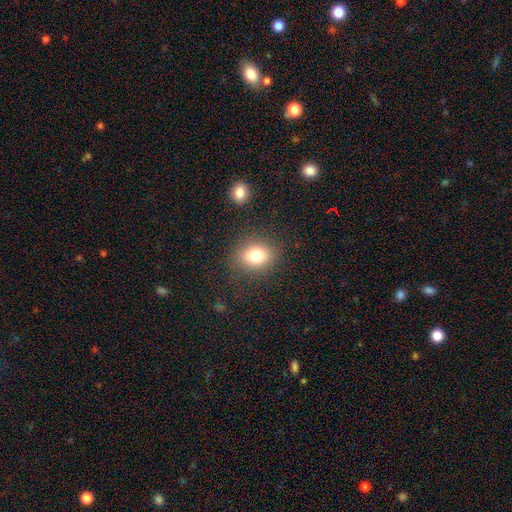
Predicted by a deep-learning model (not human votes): This appears to be a smooth galaxy with no disk features (78%) that is round (57%). Merging: none (82%).